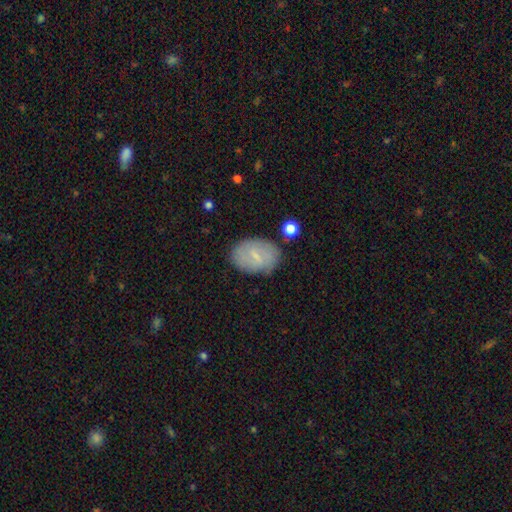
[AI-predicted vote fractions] Smooth or featured: smooth — 62% (featured or disk — 30%)
How rounded: in between — 84% (round — 15%)
Merging: none — 76% (minor disturbance — 16%)